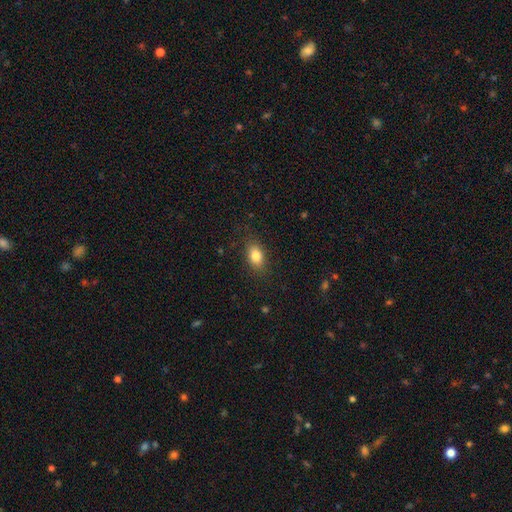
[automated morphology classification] Smooth or featured: smooth — 83% (star or artifact — 9%)
How rounded: in between — 82% (round — 15%)
Merging: none — 84% (minor disturbance — 11%)